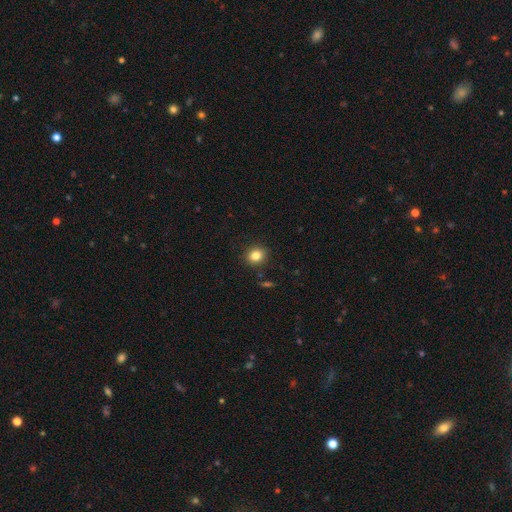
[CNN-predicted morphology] Q: Smooth or featured?
A: smooth (83%); runner-up: star or artifact (11%)
Q: How rounded?
A: round (70%); runner-up: in between (29%)
Q: Merging?
A: none (89%); runner-up: minor disturbance (8%)